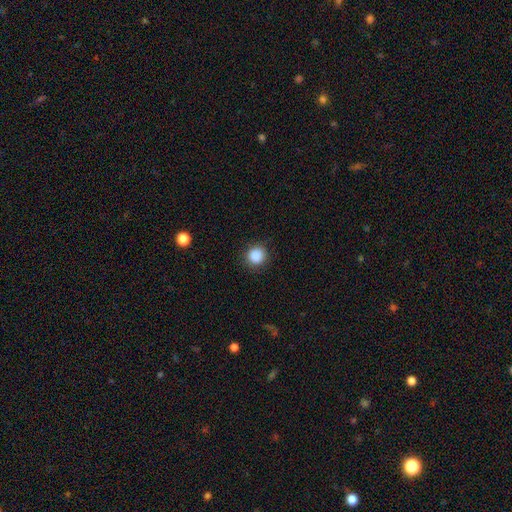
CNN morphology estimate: The model was most divided on "merging": none: 87%, minor disturbance: 9%, major disturbance: 3%, merger: 1%. More confident: how rounded — round (91%); smooth or featured — smooth (88%).